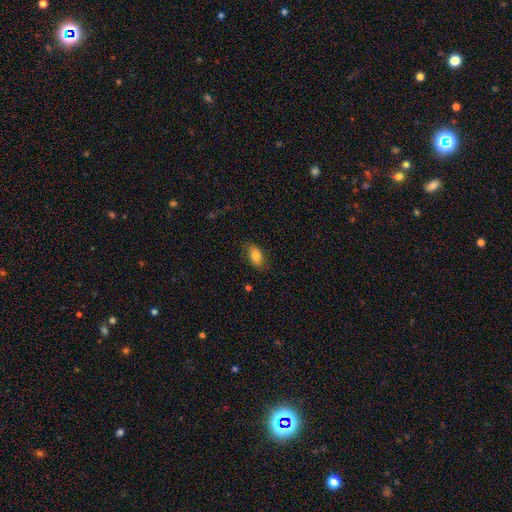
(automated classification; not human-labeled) Q: Smooth or featured?
A: smooth (78%); runner-up: featured or disk (14%)
Q: How rounded?
A: in between (90%); runner-up: round (7%)
Q: Merging?
A: none (77%); runner-up: minor disturbance (17%)